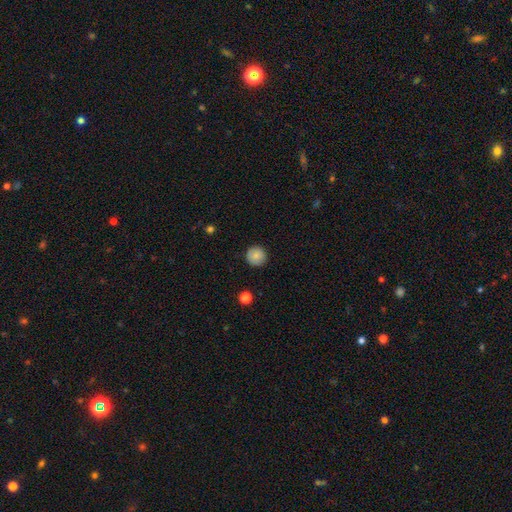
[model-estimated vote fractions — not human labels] Morphology: type=smooth (84%); roundness=round (96%); merging=none (91%).